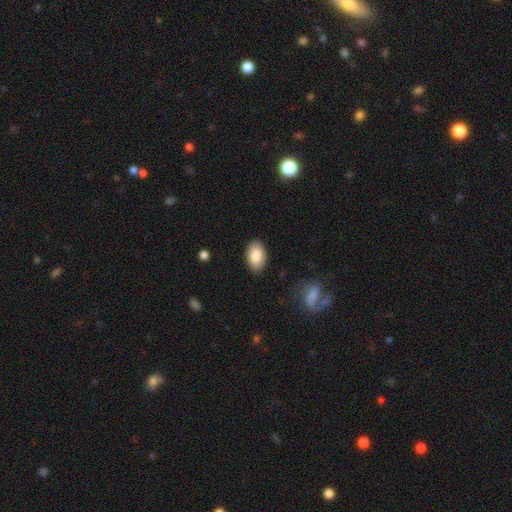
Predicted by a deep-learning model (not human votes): This is clearly a smooth galaxy (85%). How rounded: clearly in between (93%). Merging: clearly none (87%).